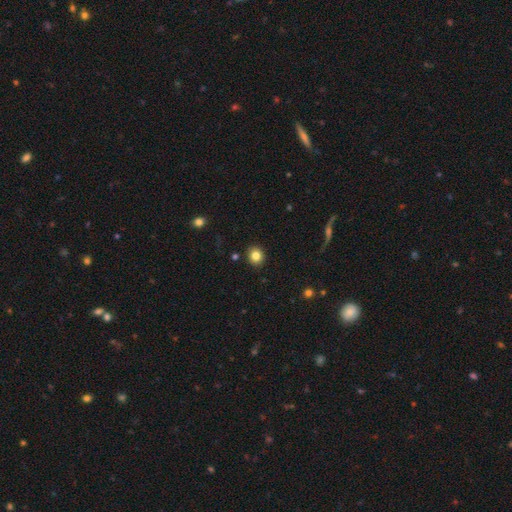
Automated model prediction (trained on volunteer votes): The model was most divided on "how rounded": round: 80%, in between: 19%, cigar-shaped: 1%. More confident: merging — none (90%); smooth or featured — smooth (83%).